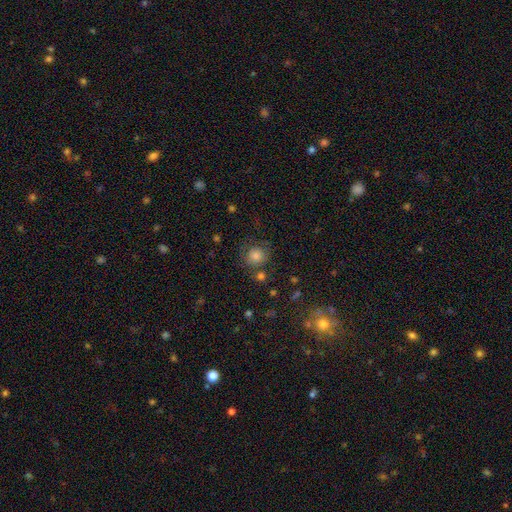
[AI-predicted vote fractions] Smooth or featured? Predicted: smooth (p=0.78). How rounded? Predicted: round (p=0.88). Merging? Predicted: none (p=0.71).